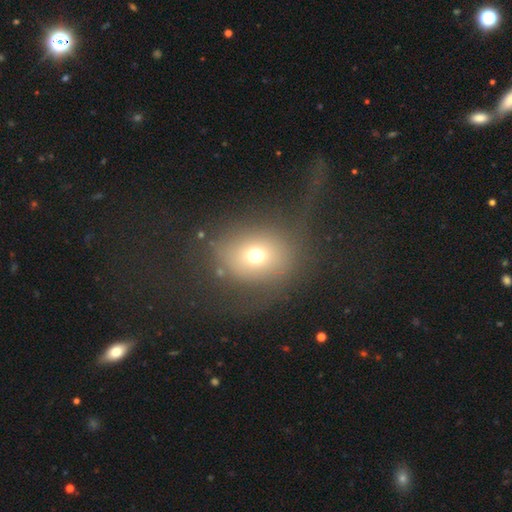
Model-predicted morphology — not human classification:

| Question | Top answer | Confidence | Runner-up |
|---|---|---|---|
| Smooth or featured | smooth | 67% | star or artifact (17%) |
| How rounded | round | 64% | in between (35%) |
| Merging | none | 62% | major disturbance (20%) |